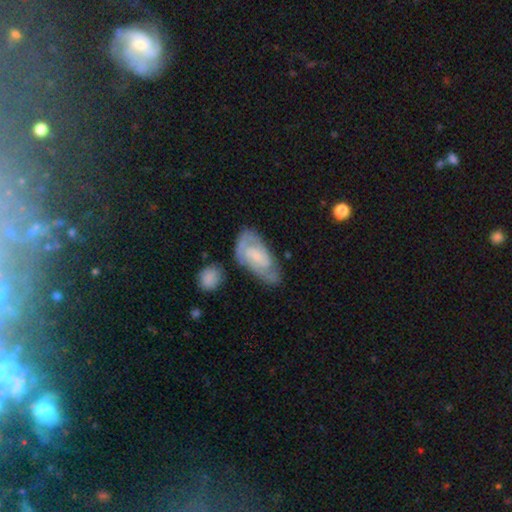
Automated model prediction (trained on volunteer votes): featured or disk 69%, smooth 25%, star or artifact 6%. Down the decision tree: edge-on disk — no (95%); bar — no (50%); spiral arms — yes (89%); spiral arm count — 2 (61%); spiral winding — tight (49%); bulge size — small (54%); merging — none (59%).